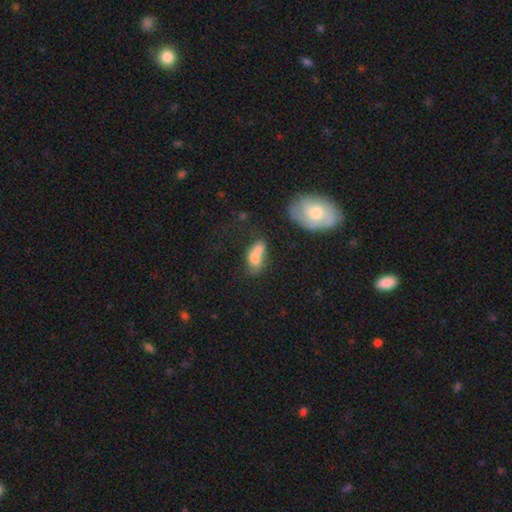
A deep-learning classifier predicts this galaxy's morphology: Q: Smooth or featured?
A: smooth (67%); runner-up: featured or disk (23%)
Q: How rounded?
A: in between (77%); runner-up: round (16%)
Q: Merging?
A: merger (56%); runner-up: none (22%)